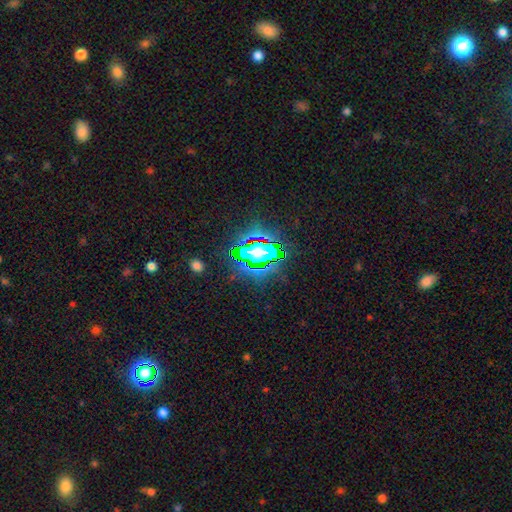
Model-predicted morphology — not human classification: This is clearly a star or artifact rather than a galaxy (81%).